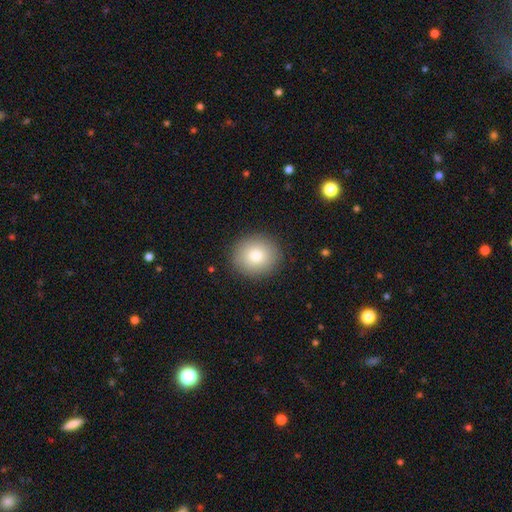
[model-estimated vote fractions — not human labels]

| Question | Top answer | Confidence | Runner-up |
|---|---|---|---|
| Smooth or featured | smooth | 81% | featured or disk (10%) |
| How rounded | round | 85% | in between (14%) |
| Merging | none | 90% | minor disturbance (6%) |